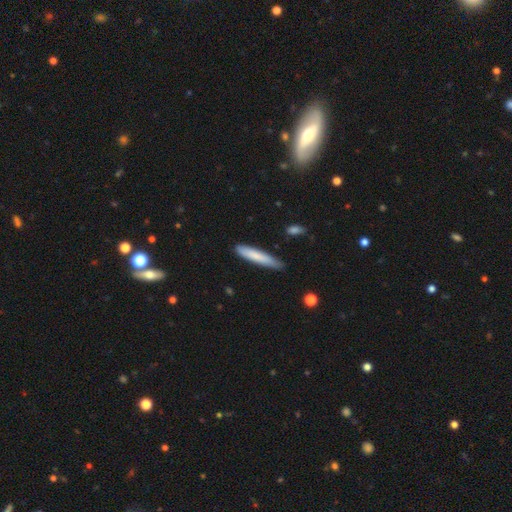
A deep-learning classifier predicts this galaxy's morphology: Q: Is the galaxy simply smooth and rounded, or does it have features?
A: smooth — 78%.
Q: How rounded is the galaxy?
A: cigar-shaped — 91%.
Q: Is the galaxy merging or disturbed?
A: none — 81%.